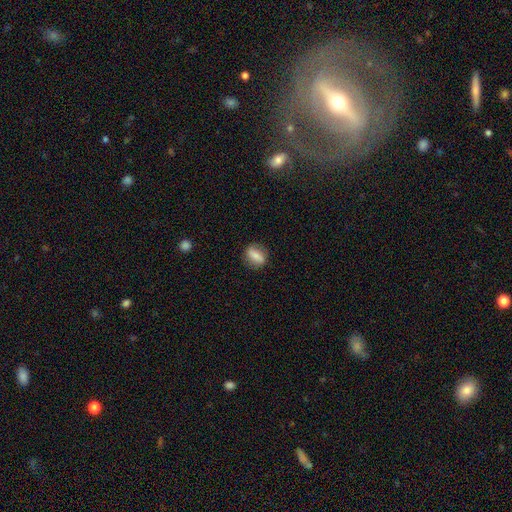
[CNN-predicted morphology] Smooth or featured: smooth — 68% (featured or disk — 24%)
How rounded: in between — 60% (round — 31%)
Merging: none — 83% (minor disturbance — 13%)